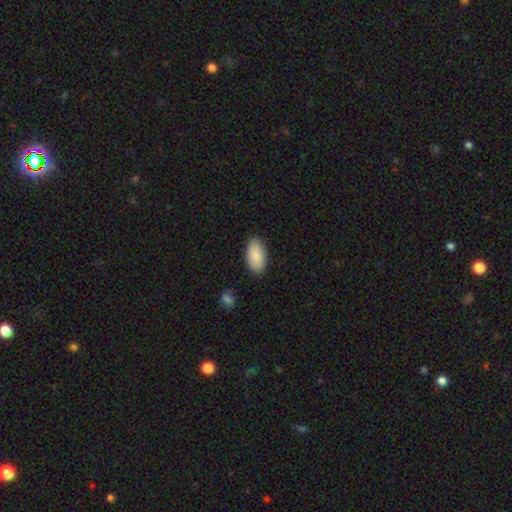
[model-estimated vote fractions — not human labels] Overall: smooth (88%). How rounded: in between (94%). Merging: none (86%).